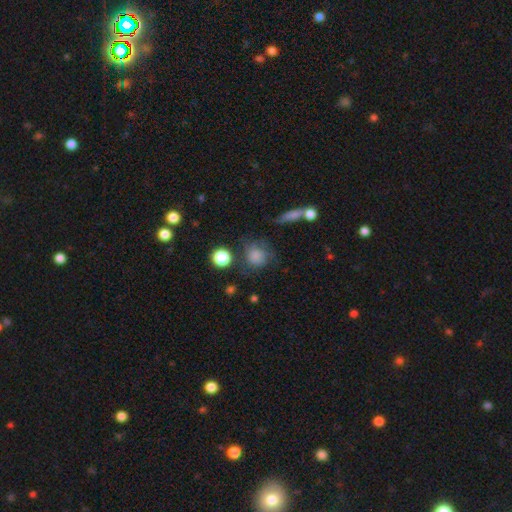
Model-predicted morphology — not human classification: This is likely a smooth galaxy (69%). How rounded: clearly round (80%). Merging: possibly none (54%).